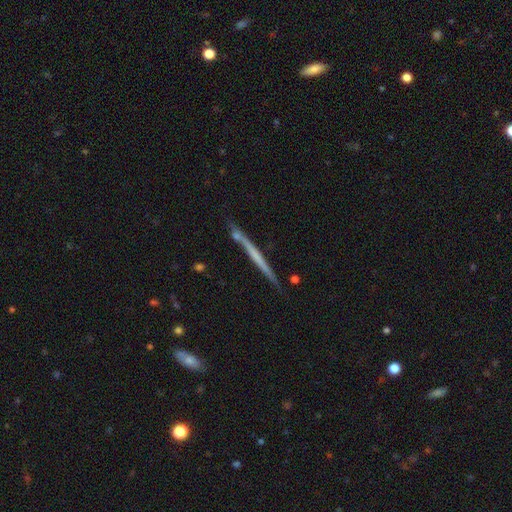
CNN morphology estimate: The model was most divided on "smooth or featured": featured or disk: 59%, smooth: 35%, star or artifact: 6%. More confident: edge-on disk — yes (97%); edge-on bulge — none (83%); merging — none (81%).